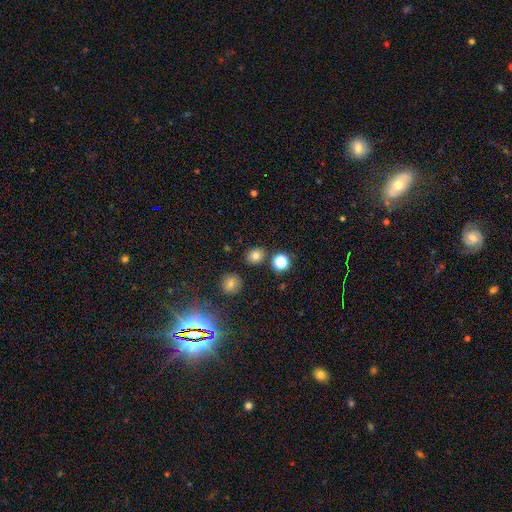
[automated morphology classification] Smooth or featured: smooth — 77% (star or artifact — 17%)
How rounded: round — 74% (in between — 25%)
Merging: none — 84% (minor disturbance — 8%)